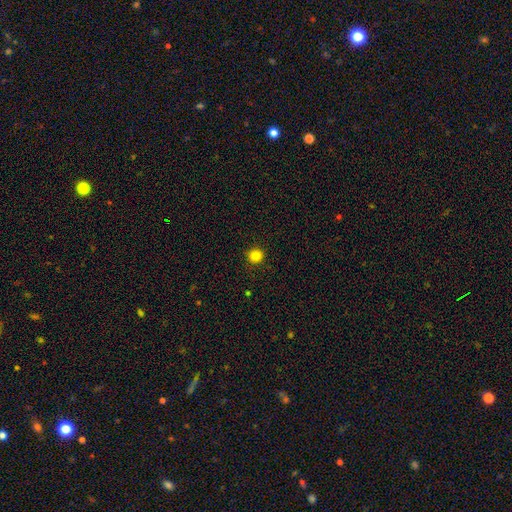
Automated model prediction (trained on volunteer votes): The model was most divided on "smooth or featured": smooth: 83%, star or artifact: 12%, featured or disk: 4%. More confident: how rounded — round (94%); merging — none (92%).